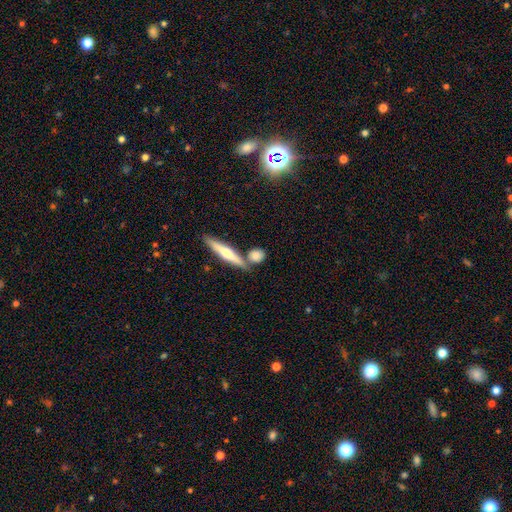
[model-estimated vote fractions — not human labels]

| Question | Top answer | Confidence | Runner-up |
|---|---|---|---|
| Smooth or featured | smooth | 74% | featured or disk (19%) |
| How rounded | round | 53% | in between (25%) |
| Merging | none | 68% | merger (18%) |